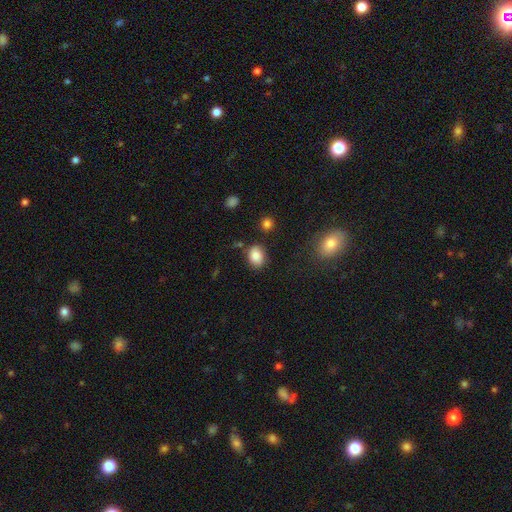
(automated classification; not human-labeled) smooth 84%, star or artifact 9%, featured or disk 6%. Down the decision tree: how rounded — in between (66%); merging — none (77%).